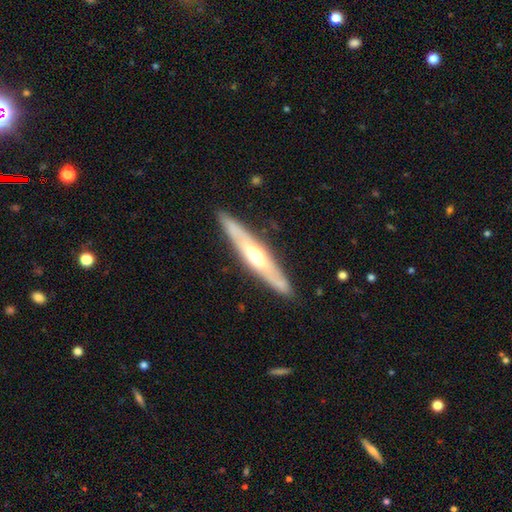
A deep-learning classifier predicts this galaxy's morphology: A featured or disk galaxy (62%) viewed edge-on (85%) with a rounded central bulge (82%). Merging: none (88%).